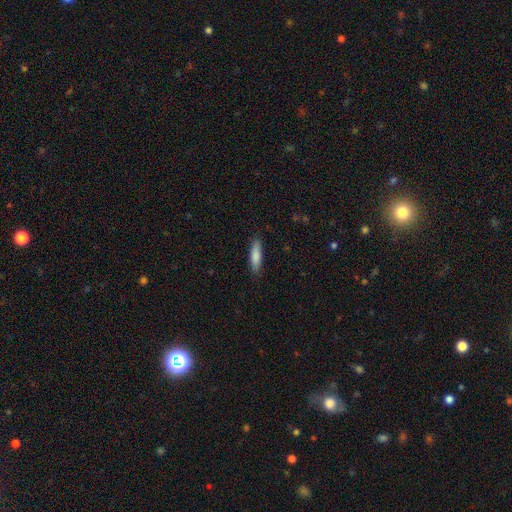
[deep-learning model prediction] Smooth or featured? Predicted: smooth (p=0.84). How rounded? Predicted: cigar-shaped (p=0.65). Merging? Predicted: none (p=0.86).